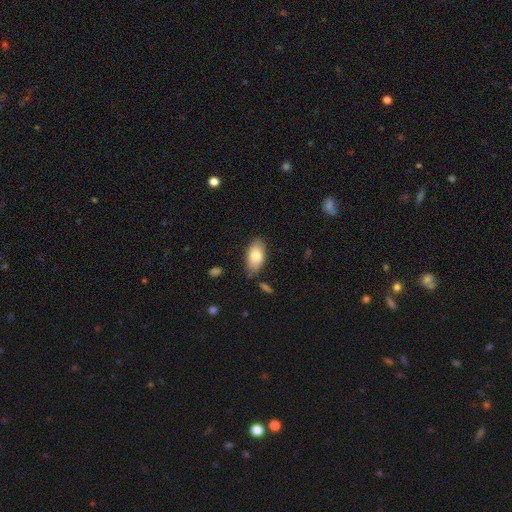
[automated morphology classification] A smooth galaxy with no disk features (80%) that is in between round and cigar-shaped (94%). Merging: none (77%).